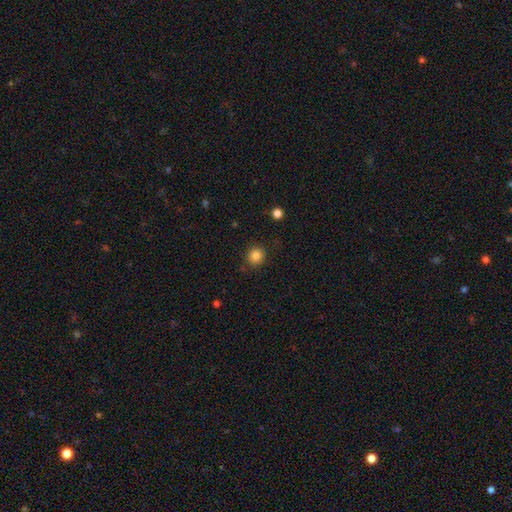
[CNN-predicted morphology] smooth-or-featured: smooth: 84% | star or artifact: 11% | featured or disk: 4%
  how-rounded: round: 91% | in between: 8% | cigar-shaped: 1%
  merging: none: 88% | minor disturbance: 8% | major disturbance: 2% | merger: 2%